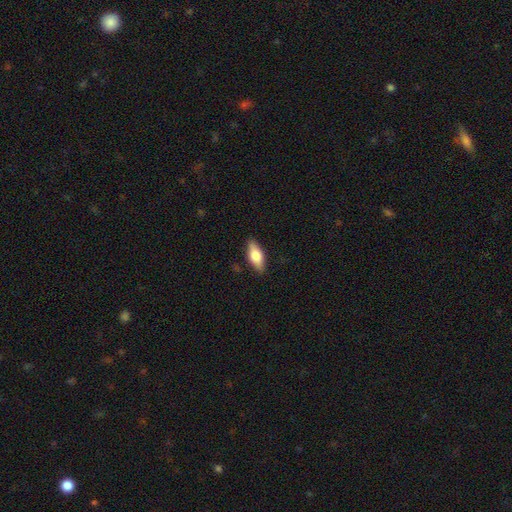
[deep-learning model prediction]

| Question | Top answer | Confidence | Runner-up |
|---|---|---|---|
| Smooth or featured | smooth | 62% | featured or disk (31%) |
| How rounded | in between | 75% | cigar-shaped (22%) |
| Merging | none | 87% | minor disturbance (10%) |